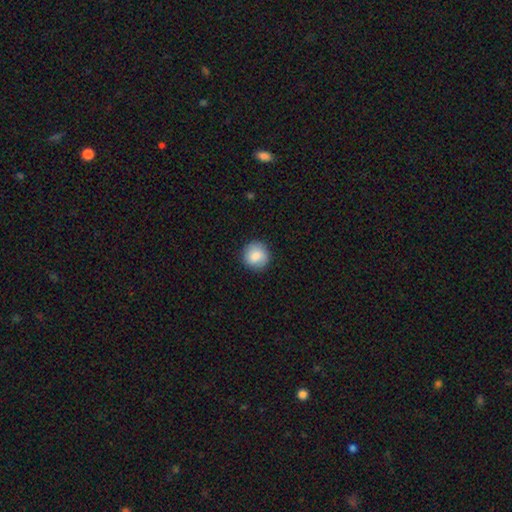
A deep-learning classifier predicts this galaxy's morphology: A smooth galaxy with no disk features (87%) that is round (93%).

Vote fractions:
- Smooth or featured? smooth: 87% / star or artifact: 8% / featured or disk: 6%
- How rounded? round: 93% / in between: 6% / cigar-shaped: 1%
- Merging? none: 89% / minor disturbance: 8% / major disturbance: 2% / merger: 1%